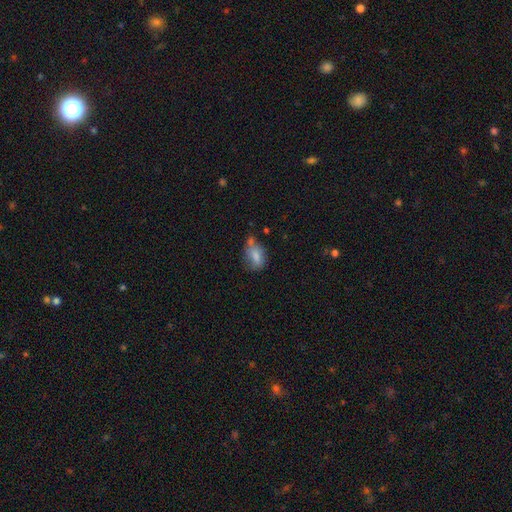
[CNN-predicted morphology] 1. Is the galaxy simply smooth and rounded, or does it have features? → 70% smooth, 20% featured or disk, 10% star or artifact.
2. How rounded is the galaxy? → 78% in between, 18% round, 4% cigar-shaped.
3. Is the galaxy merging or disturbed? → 41% none, 30% minor disturbance, 16% merger, 14% major disturbance.